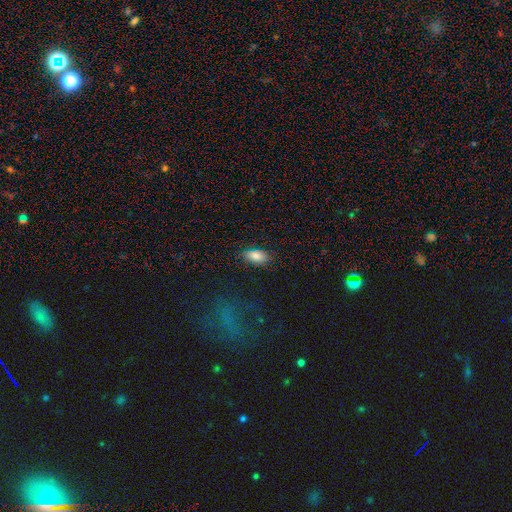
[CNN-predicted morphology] A smooth galaxy with no disk features (85%) that is in between round and cigar-shaped (92%). Merging: none (83%).